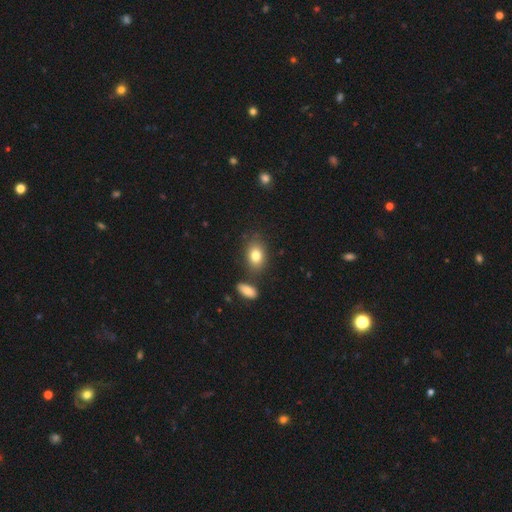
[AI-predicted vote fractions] This is likely a smooth galaxy (80%). How rounded: clearly in between (81%). Merging: likely none (74%).